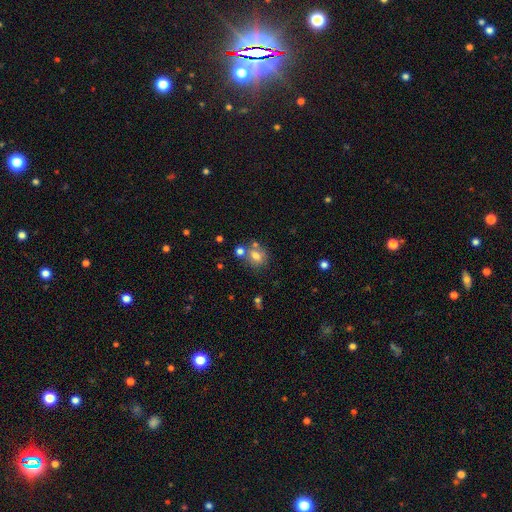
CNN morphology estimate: smooth 72%, featured or disk 15%, star or artifact 14%. Down the decision tree: how rounded — round (61%); merging — none (59%).